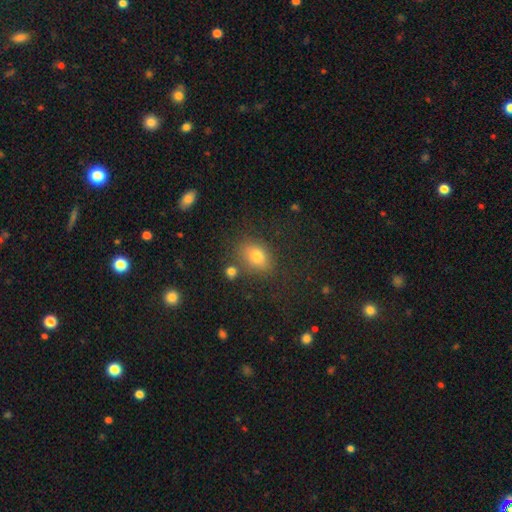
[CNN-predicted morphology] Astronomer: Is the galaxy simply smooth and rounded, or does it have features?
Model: smooth — 76%.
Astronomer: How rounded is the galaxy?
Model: in between — 70%.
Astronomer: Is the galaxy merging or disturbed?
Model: none — 74%.